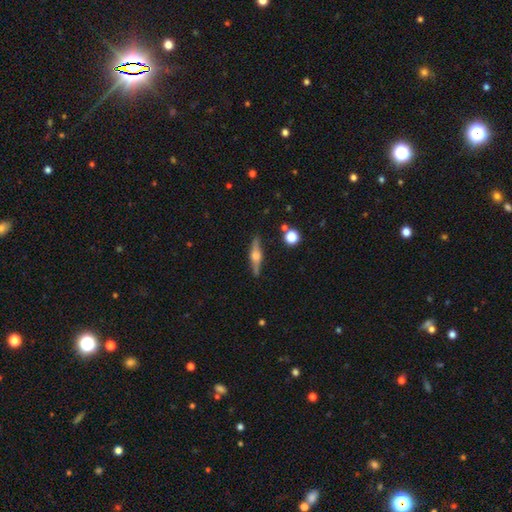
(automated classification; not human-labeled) smooth_or_featured: featured or disk (p=0.69) [alt: smooth p=0.24]
disk_edge_on: yes (p=0.96) [alt: no p=0.04]
edge_on_bulge: rounded (p=0.90) [alt: boxy p=0.08]
merging: none (p=0.86) [alt: minor disturbance p=0.10]